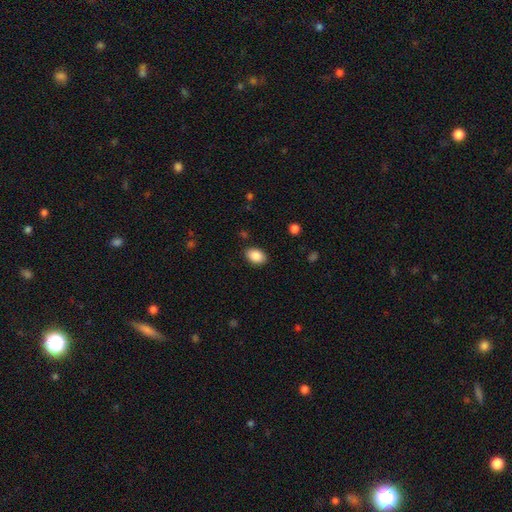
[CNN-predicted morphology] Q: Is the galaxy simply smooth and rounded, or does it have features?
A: smooth — 88%.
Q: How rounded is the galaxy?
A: in between — 87%.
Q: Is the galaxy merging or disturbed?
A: none — 87%.